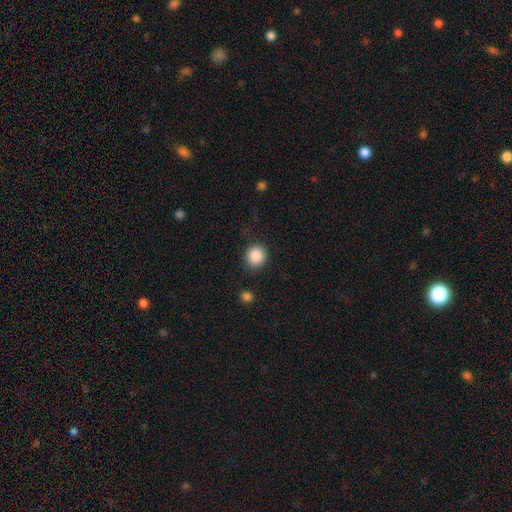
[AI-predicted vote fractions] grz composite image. It shows a smooth galaxy with no disk features (88%) that is round (90%). Merging: none (85%).